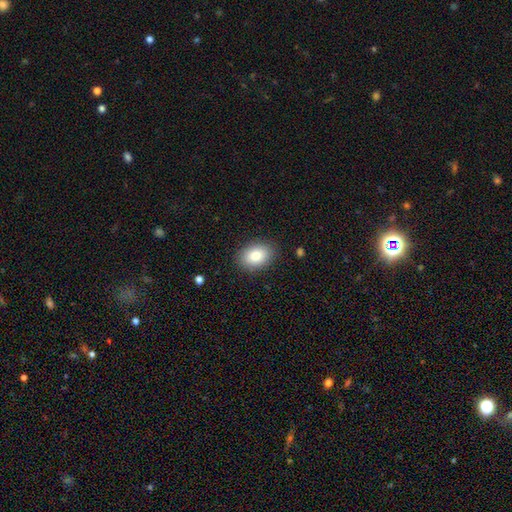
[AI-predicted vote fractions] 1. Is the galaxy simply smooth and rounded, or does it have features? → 83% smooth, 9% featured or disk, 8% star or artifact.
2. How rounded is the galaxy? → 80% in between, 19% round, 1% cigar-shaped.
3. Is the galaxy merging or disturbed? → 87% none, 10% minor disturbance, 3% major disturbance, 1% merger.